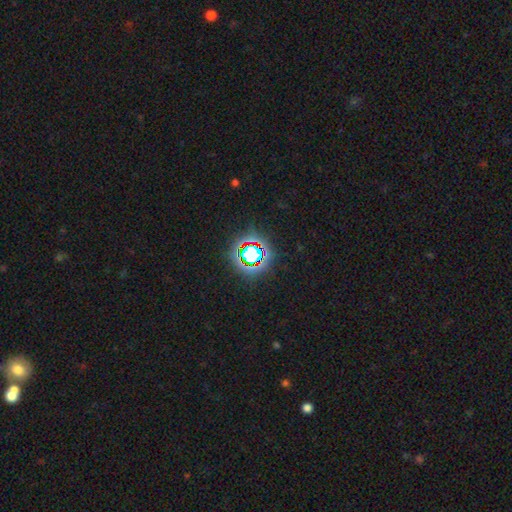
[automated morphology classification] The model was most divided on "smooth or featured": star or artifact: 79%, smooth: 13%, featured or disk: 7%.